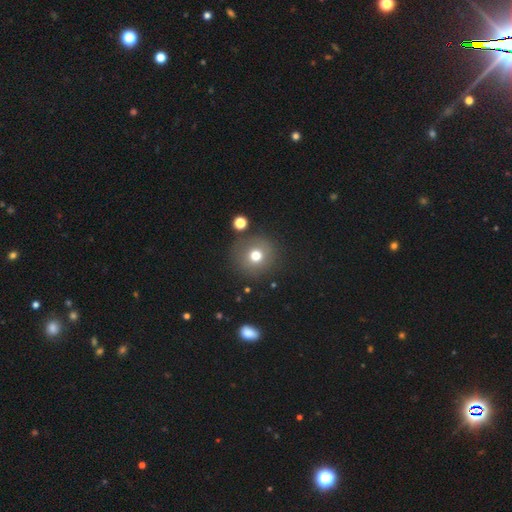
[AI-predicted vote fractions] This appears to be a smooth galaxy with no disk features (73%) that is round (93%). Merging: none (85%).